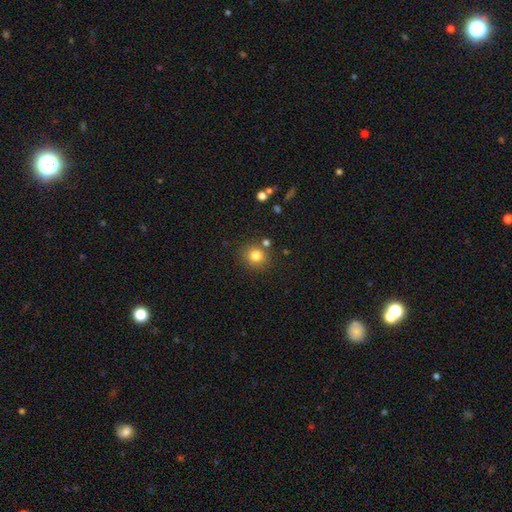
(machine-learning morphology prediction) Smooth or featured? smooth (81%)
How rounded? round (86%)
Merging? none (81%)